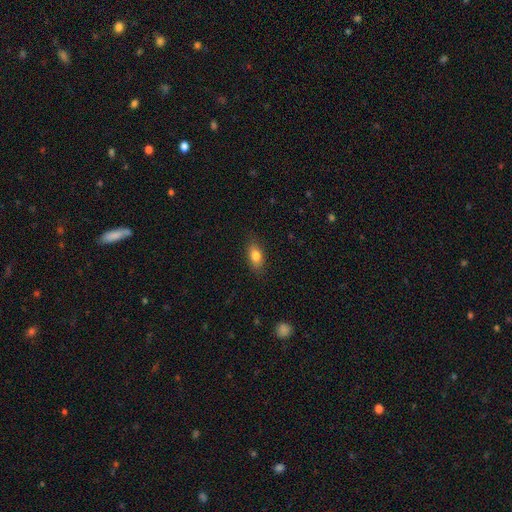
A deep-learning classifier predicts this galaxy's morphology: Overall: smooth (80%). How rounded: in between (85%). Merging: none (85%).